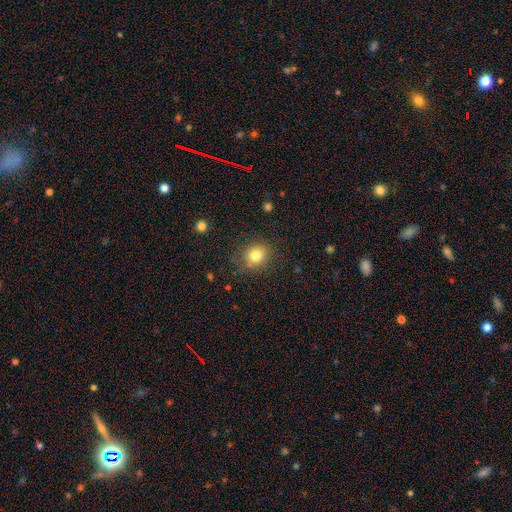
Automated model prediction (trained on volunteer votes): This appears to be a smooth galaxy with no disk features (81%) that is round (77%). Merging: none (81%).